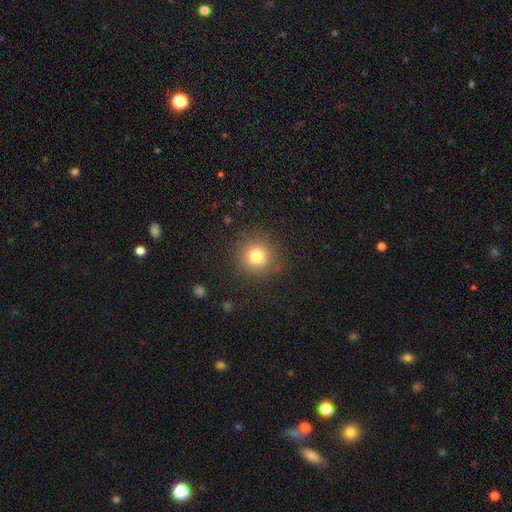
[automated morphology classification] type=smooth (80%); roundness=round (93%); merging=none (87%).